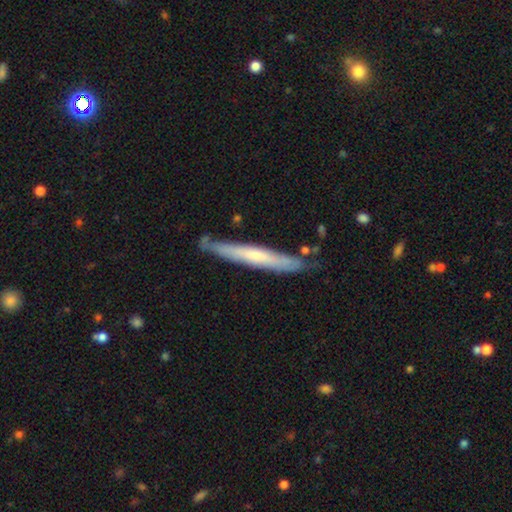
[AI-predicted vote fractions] The model was most divided on "smooth or featured": featured or disk: 49%, smooth: 46%, star or artifact: 5%. More confident: merging — none (76%).